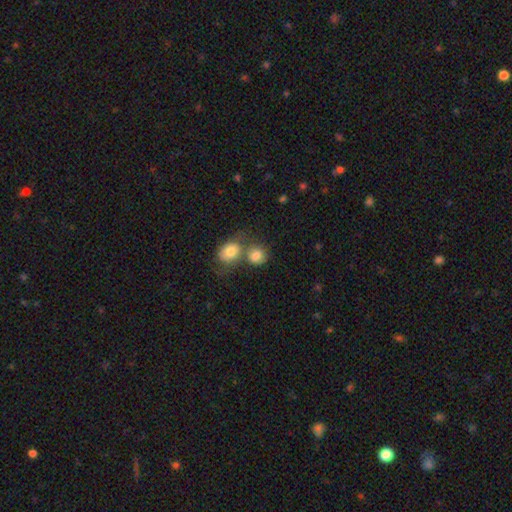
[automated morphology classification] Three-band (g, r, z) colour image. It shows a smooth galaxy with no disk features (82%) that is round (68%). Merging: merger (49%).